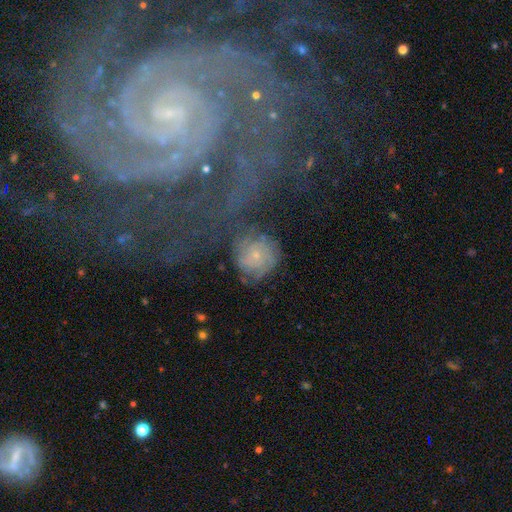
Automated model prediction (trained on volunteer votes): The model was most divided on "smooth or featured": featured or disk: 58%, smooth: 31%, star or artifact: 11%. More confident: edge-on disk — no (97%); spiral arms — yes (86%); bulge size — small (77%); bar — no (76%); merging — none (57%).